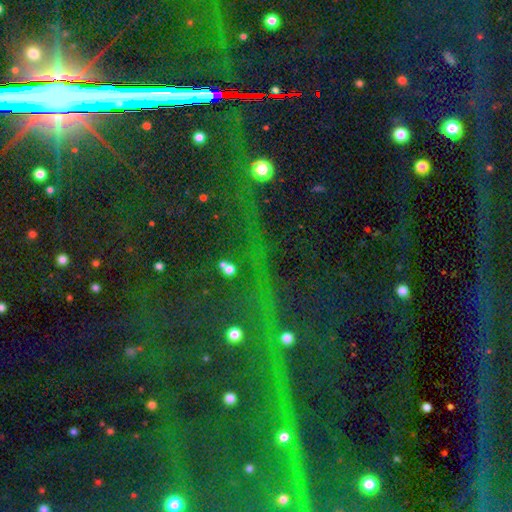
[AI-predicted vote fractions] Smooth or featured: star or artifact — 85% (featured or disk — 8%)